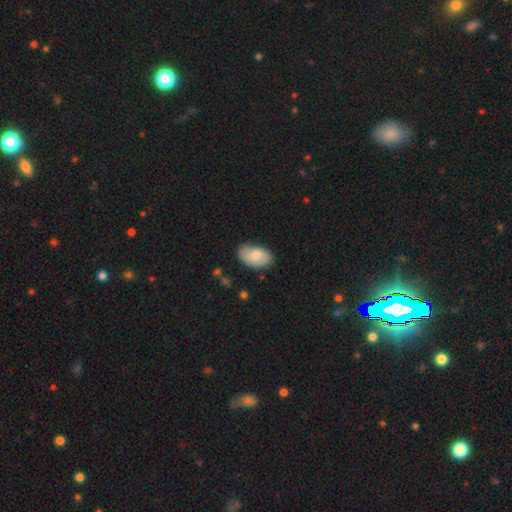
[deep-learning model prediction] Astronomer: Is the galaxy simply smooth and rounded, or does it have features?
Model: smooth — 73%.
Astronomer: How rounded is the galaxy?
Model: in between — 94%.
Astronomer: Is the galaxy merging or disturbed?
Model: none — 71%.